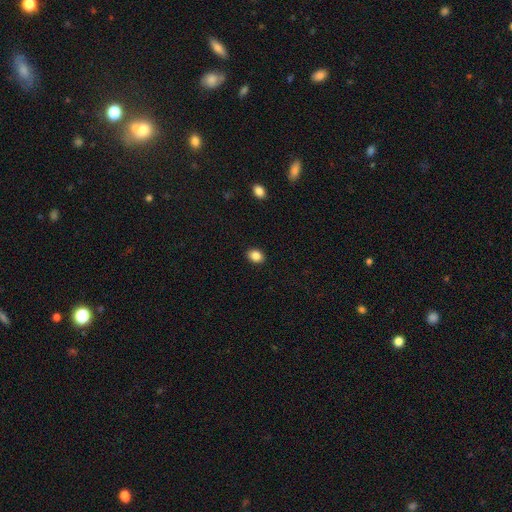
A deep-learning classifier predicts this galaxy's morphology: This is clearly a smooth galaxy (86%). How rounded: likely in between (65%). Merging: clearly none (90%).